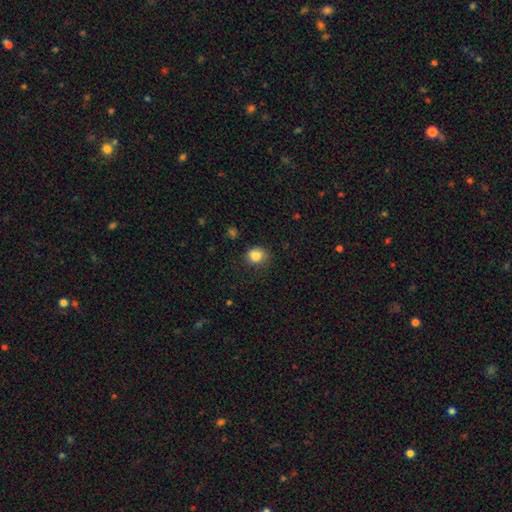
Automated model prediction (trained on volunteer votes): This is clearly a smooth galaxy (85%). How rounded: likely round (70%). Merging: likely none (74%).